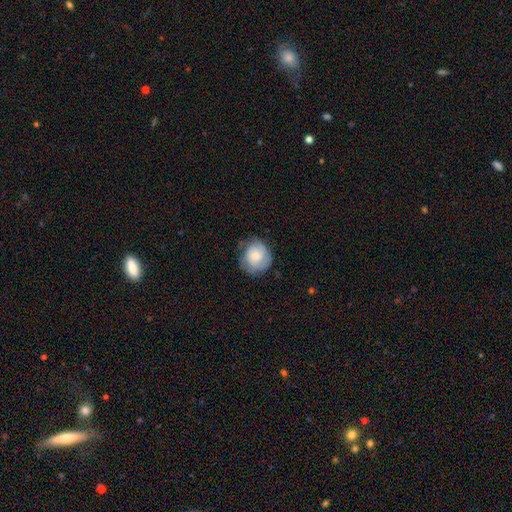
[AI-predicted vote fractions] Smooth or featured?
  - smooth: 58% *
  - featured or disk: 35%
  - star or artifact: 7%
How rounded?
  - round: 82% *
  - in between: 18%
  - cigar-shaped: 1%
Merging?
  - none: 66% *
  - minor disturbance: 24%
  - major disturbance: 8%
  - merger: 1%